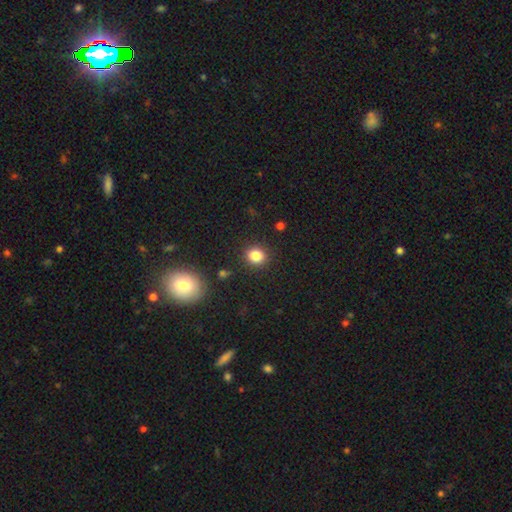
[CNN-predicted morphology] smooth-or-featured: smooth: 83% | star or artifact: 12% | featured or disk: 5%
  how-rounded: round: 75% | in between: 24% | cigar-shaped: 1%
  merging: none: 89% | minor disturbance: 7% | major disturbance: 2% | merger: 2%